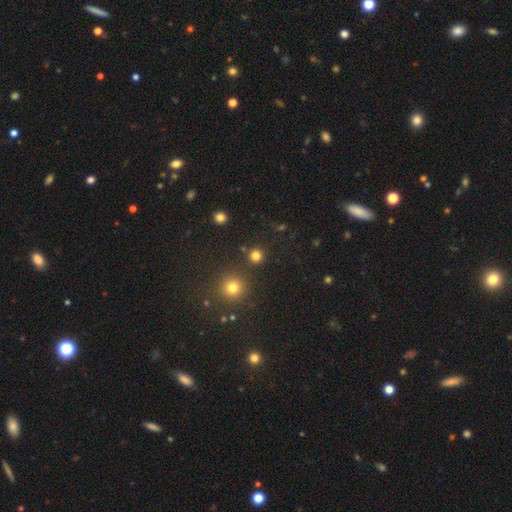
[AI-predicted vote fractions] Smooth or featured: smooth — 79% (star or artifact — 17%)
How rounded: round — 94% (in between — 5%)
Merging: none — 88% (minor disturbance — 6%)